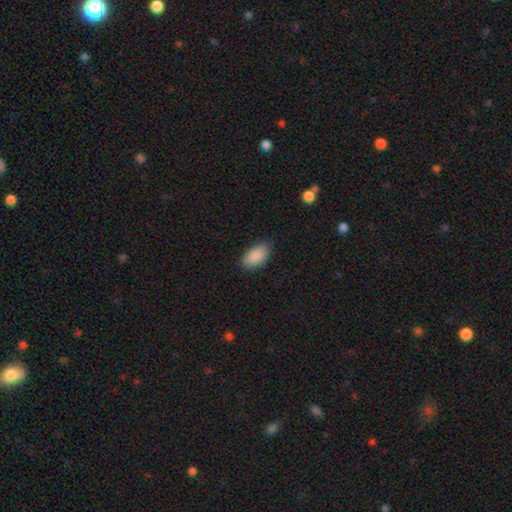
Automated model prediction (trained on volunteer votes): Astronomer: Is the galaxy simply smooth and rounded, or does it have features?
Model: smooth — 90%.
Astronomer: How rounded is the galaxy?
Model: in between — 95%.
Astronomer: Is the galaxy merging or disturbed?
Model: none — 85%.